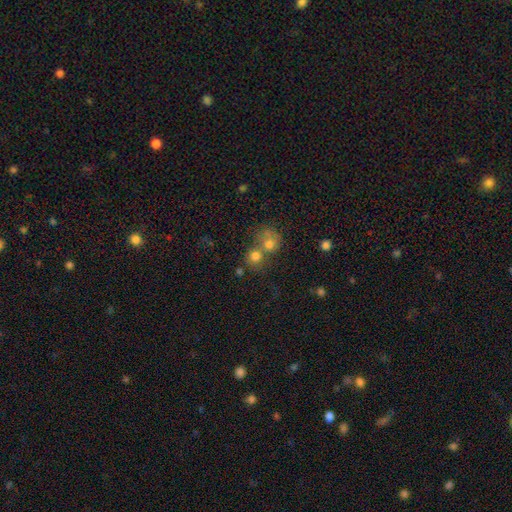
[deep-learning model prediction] Smooth or featured?
  - smooth: 75% *
  - star or artifact: 14%
  - featured or disk: 12%
How rounded?
  - round: 83% *
  - in between: 16%
  - cigar-shaped: 1%
Merging?
  - merger: 52% *
  - none: 38%
  - minor disturbance: 6%
  - major disturbance: 4%